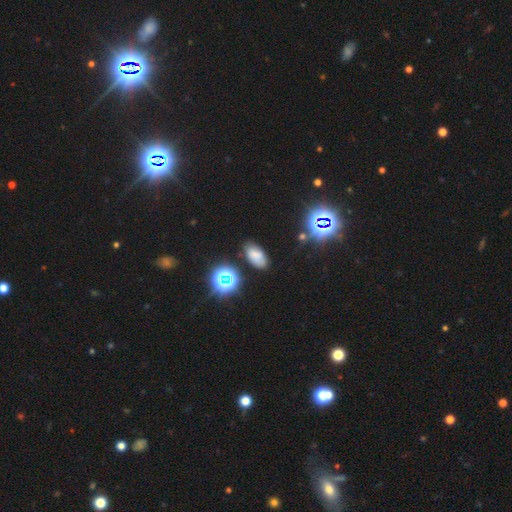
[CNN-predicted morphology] A smooth galaxy with no disk features (64%) that is in between round and cigar-shaped (92%).

Vote fractions:
- Smooth or featured? smooth: 64% / star or artifact: 23% / featured or disk: 13%
- How rounded? in between: 92% / round: 6% / cigar-shaped: 3%
- Merging? none: 77% / minor disturbance: 15% / major disturbance: 4% / merger: 3%